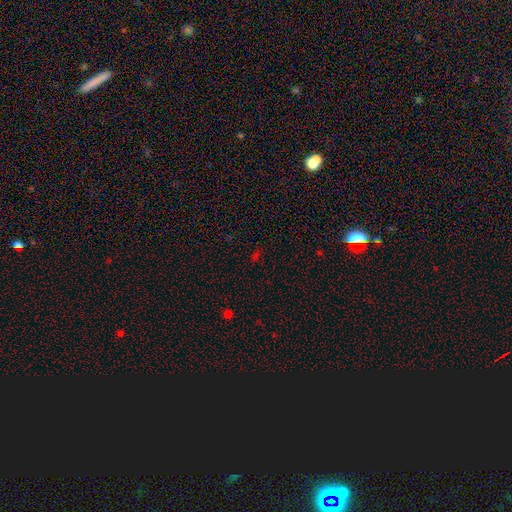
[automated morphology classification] Overall: star or artifact (56%; smooth 36%).